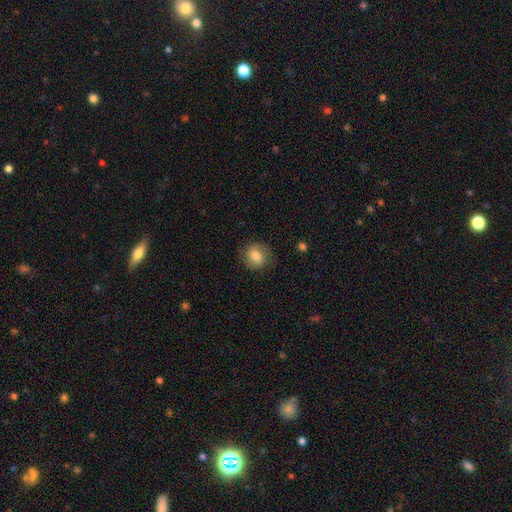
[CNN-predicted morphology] A smooth galaxy with no disk features (74%) that is round (78%). Merging: none (79%).